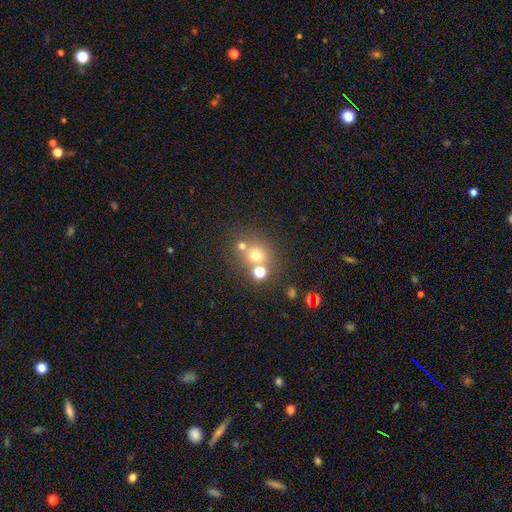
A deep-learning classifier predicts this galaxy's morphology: Smooth or featured? smooth (64%)
How rounded? round (82%)
Merging? none (61%)